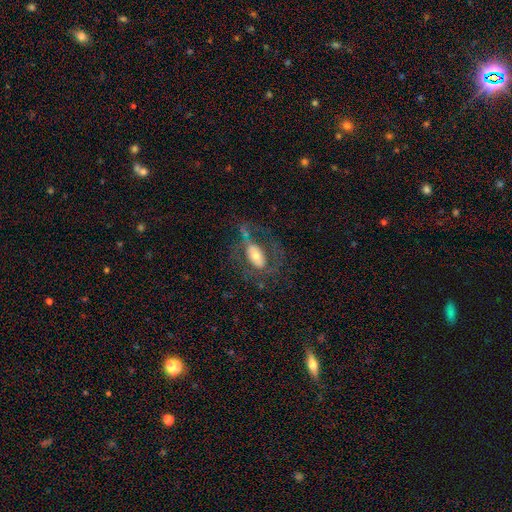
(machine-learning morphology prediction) A featured or disk galaxy (50%).

Vote fractions:
- Smooth or featured? featured or disk: 50% / smooth: 42% / star or artifact: 8%
- Edge-on disk? no: 91% / yes: 9%
- Merging? none: 48% / major disturbance: 29% / minor disturbance: 19% / merger: 4%